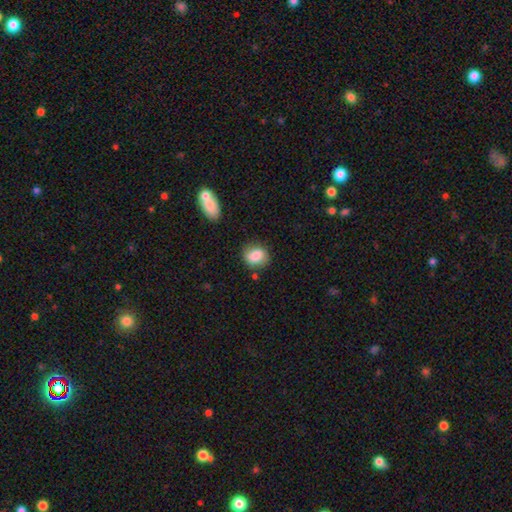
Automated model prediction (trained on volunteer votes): A smooth galaxy with no disk features (82%) that is round (59%). Merging: none (73%).